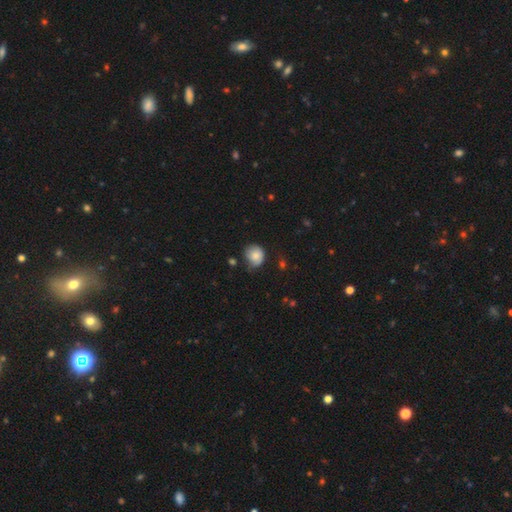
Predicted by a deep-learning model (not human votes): A smooth galaxy with no disk features (78%) that is round (75%).

Vote fractions:
- Smooth or featured? smooth: 78% / featured or disk: 13% / star or artifact: 8%
- How rounded? round: 75% / in between: 24% / cigar-shaped: 1%
- Merging? none: 53% / minor disturbance: 36% / major disturbance: 9% / merger: 2%